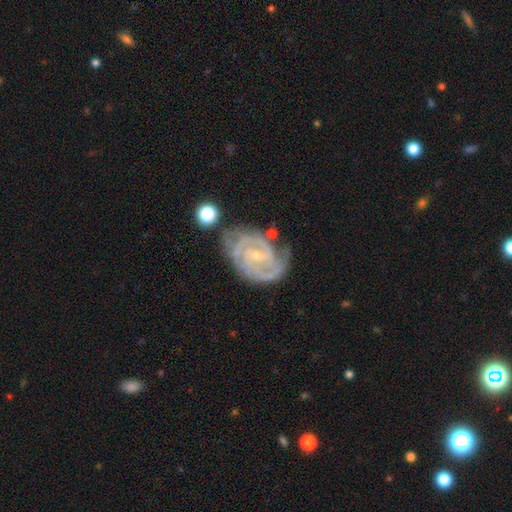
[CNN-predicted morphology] type=featured or disk (89%); edge-on=no (97%); bar=weak (45%); spiral arms=yes (97%); winding=tight (62%); arm count=2 (53%); bulge=small (80%); merging=none (63%).